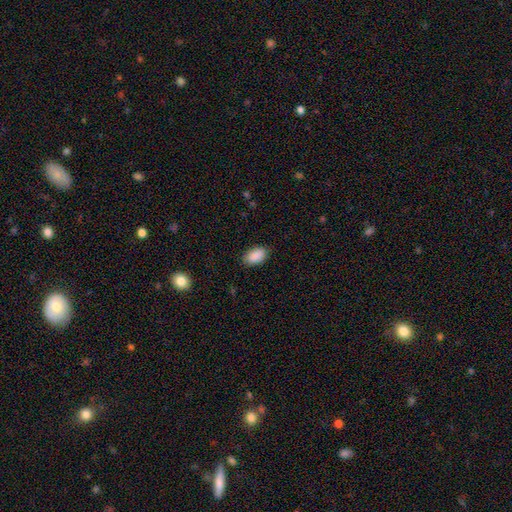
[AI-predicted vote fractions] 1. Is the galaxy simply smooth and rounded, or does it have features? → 90% smooth, 7% star or artifact, 3% featured or disk.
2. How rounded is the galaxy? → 93% in between, 6% round, 1% cigar-shaped.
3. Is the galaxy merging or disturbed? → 85% none, 12% minor disturbance, 3% major disturbance, 1% merger.